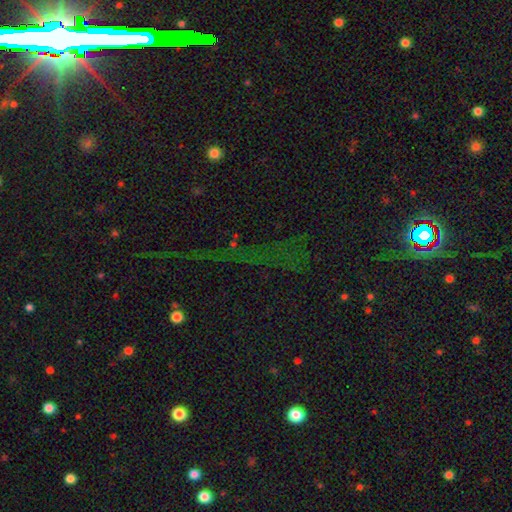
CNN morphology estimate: This is likely a star or artifact rather than a galaxy (75%).